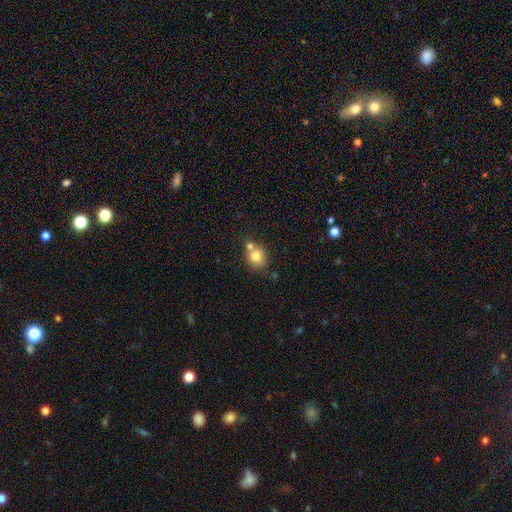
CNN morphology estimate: The model was most divided on "merging": none: 53%, merger: 32%, minor disturbance: 11%, major disturbance: 3%. More confident: smooth or featured — smooth (77%); how rounded — round (73%).